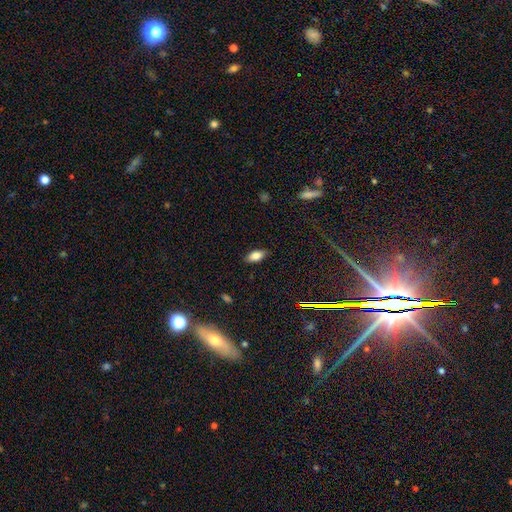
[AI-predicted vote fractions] This appears to be a smooth galaxy with no disk features (79%) that is in between round and cigar-shaped (88%). Merging: none (86%).